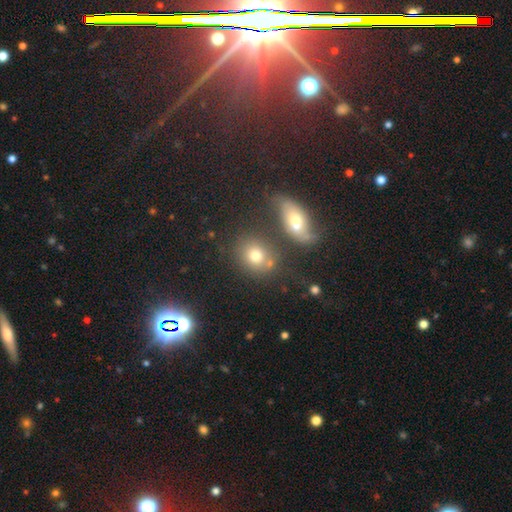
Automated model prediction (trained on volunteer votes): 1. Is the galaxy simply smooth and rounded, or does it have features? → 72% smooth, 15% star or artifact, 14% featured or disk.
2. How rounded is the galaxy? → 65% round, 33% in between, 2% cigar-shaped.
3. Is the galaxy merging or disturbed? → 58% none, 25% merger, 11% minor disturbance, 6% major disturbance.